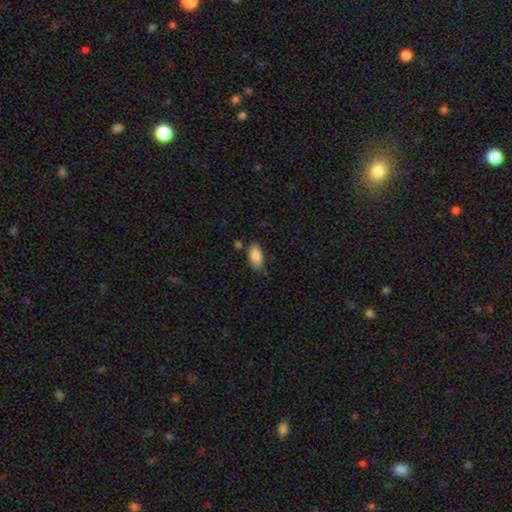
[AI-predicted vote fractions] Overall: smooth (85%). How rounded: in between (92%). Merging: none (77%).